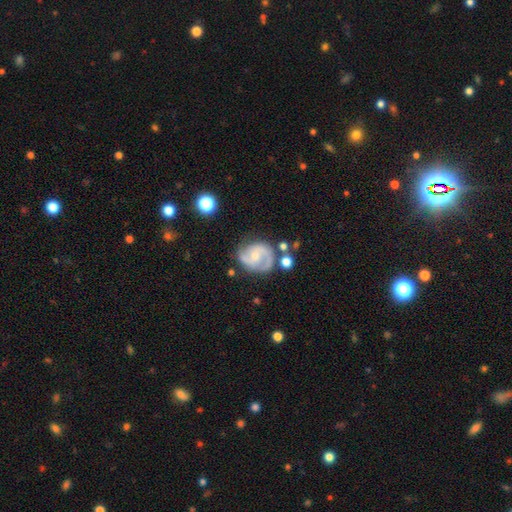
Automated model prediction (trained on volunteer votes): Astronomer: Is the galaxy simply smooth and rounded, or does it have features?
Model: featured or disk — 81%.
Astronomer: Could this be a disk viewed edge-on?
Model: no — 98%.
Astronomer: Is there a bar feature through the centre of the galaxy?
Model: no — 54% (runner-up: weak, 38%).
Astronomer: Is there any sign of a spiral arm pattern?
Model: yes — 95%.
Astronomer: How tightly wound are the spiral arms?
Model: medium — 52% (runner-up: tight, 29%).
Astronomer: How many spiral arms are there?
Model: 2 — 82%.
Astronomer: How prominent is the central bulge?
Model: small — 57% (runner-up: moderate, 37%).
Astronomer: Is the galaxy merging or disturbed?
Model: none — 65%.